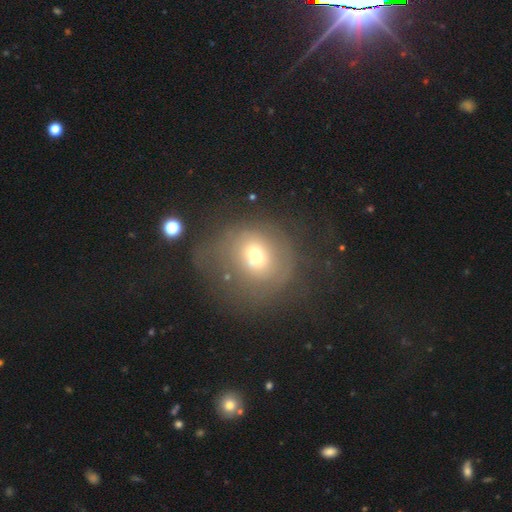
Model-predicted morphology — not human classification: Smooth or featured? Predicted: smooth (p=0.59). How rounded? Predicted: round (p=0.80). Merging? Predicted: none (p=0.41).